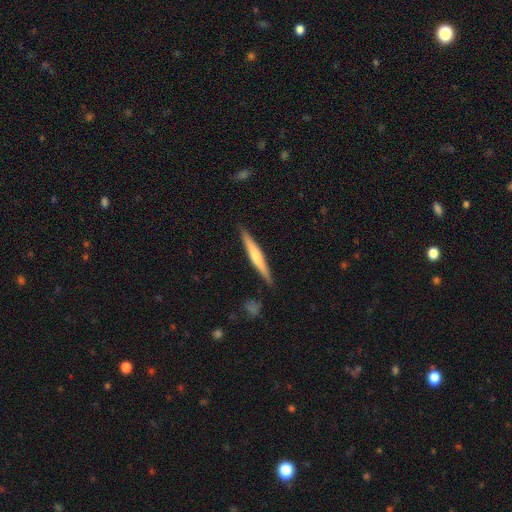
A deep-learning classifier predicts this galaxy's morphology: This appears to be a featured or disk galaxy (49%). Merging: none (88%).